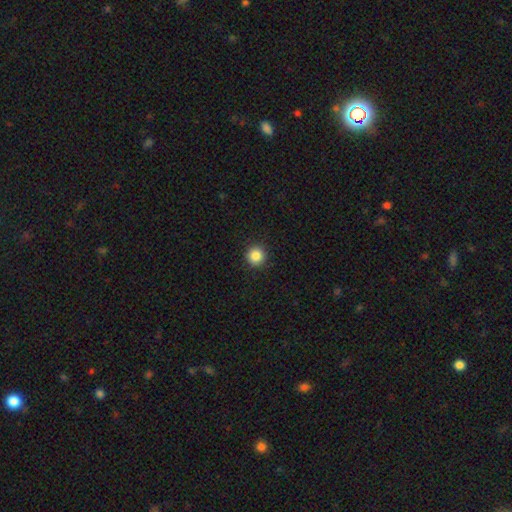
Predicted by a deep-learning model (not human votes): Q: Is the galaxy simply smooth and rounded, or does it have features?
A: smooth — 86%.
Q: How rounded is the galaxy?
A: round — 95%.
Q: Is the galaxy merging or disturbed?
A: none — 92%.